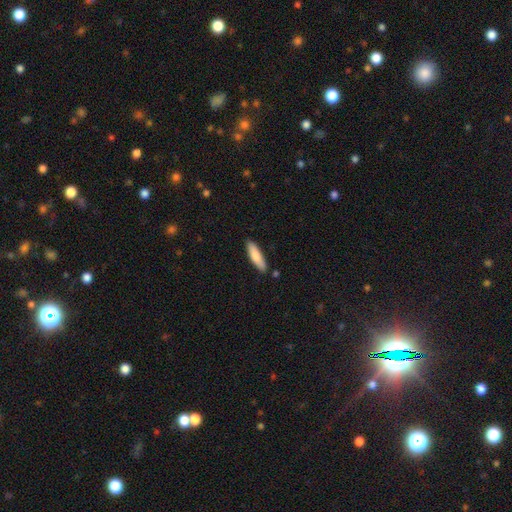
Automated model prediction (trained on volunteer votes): smooth 82%, featured or disk 12%, star or artifact 5%. Down the decision tree: how rounded — cigar-shaped (64%); merging — none (86%).